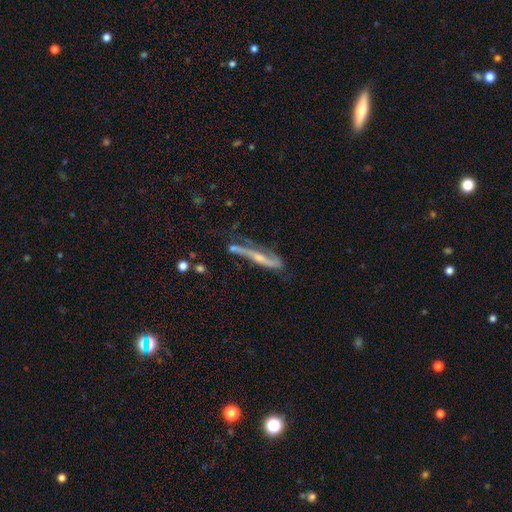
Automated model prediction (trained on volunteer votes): Overall: featured or disk (64%). Edge-on disk: yes (85%). Edge-on bulge: rounded (59%; none 31%). Merging: none (61%; minor disturbance 23%).